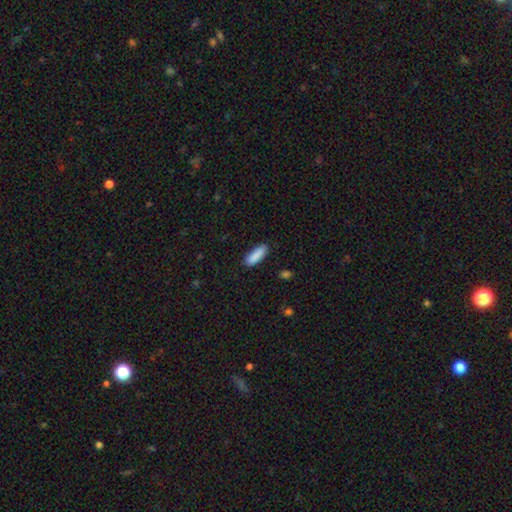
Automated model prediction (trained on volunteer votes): This appears to be a smooth galaxy with no disk features (90%) that is in between round and cigar-shaped (54%). Merging: none (87%).